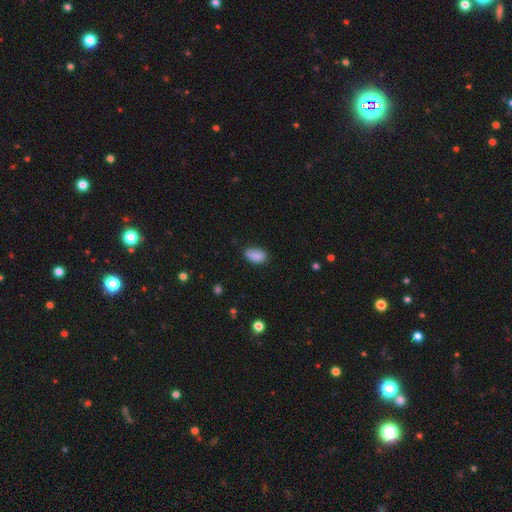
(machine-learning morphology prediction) Smooth or featured? smooth (87%)
How rounded? in between (92%)
Merging? none (74%)